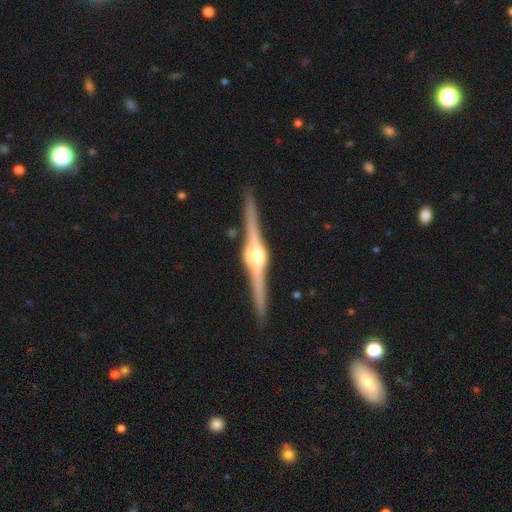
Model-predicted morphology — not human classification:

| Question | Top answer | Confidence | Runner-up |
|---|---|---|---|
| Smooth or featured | featured or disk | 91% | smooth (5%) |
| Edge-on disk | yes | 99% | no (1%) |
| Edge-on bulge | rounded | 89% | boxy (10%) |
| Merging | none | 91% | minor disturbance (6%) |